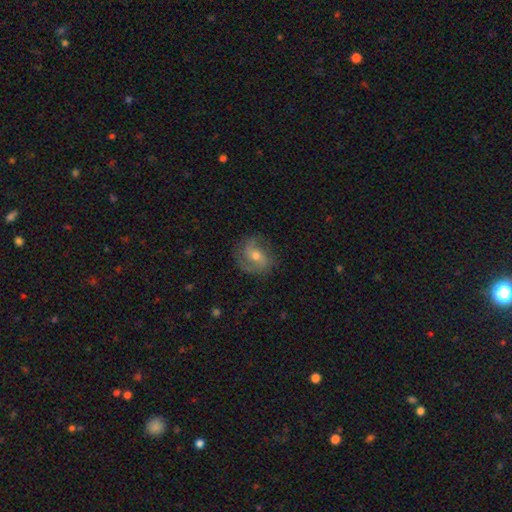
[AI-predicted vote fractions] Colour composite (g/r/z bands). It shows a featured or disk galaxy (70%) with no bar (48%), 2 (74%) medium (47%) spiral arms (90%) and a moderate central bulge (62%). Merging: none (72%).